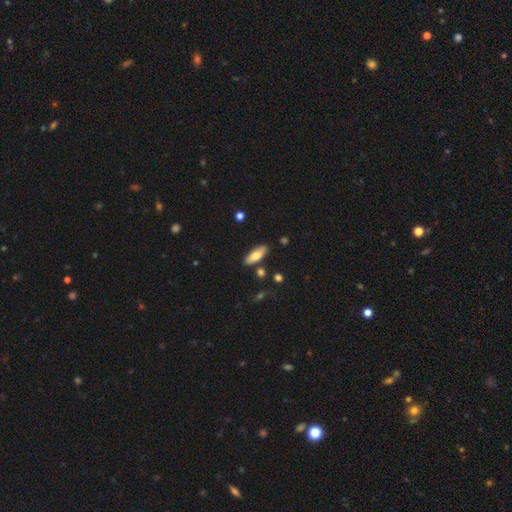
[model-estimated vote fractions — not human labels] Q: Smooth or featured?
A: smooth (70%); runner-up: featured or disk (24%)
Q: How rounded?
A: in between (70%); runner-up: cigar-shaped (28%)
Q: Merging?
A: none (84%); runner-up: minor disturbance (11%)